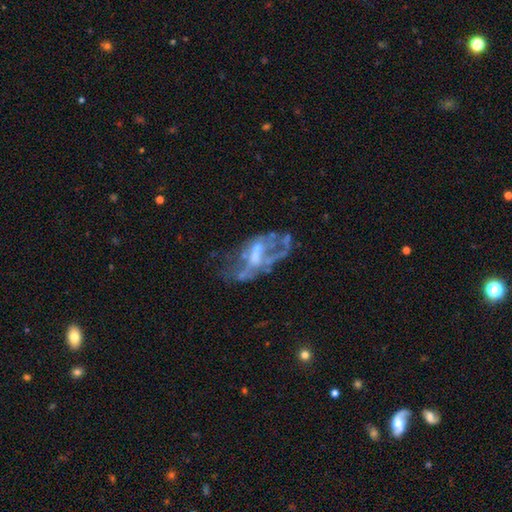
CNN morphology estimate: featured or disk 71%, smooth 17%, star or artifact 12%. Down the decision tree: edge-on disk — no (94%); bar — no (58%); spiral arms — no (71%); bulge size — small (33%, tied with none); merging — major disturbance (35%).